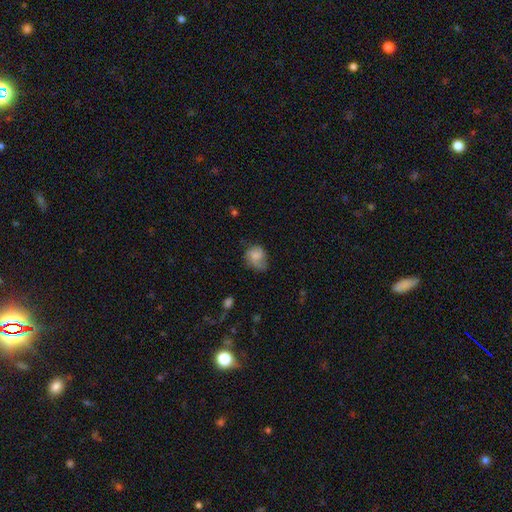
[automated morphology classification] smooth_or_featured: smooth (p=0.64) [alt: featured or disk p=0.27]
how_rounded: round (p=0.55) [alt: in between p=0.44]
merging: none (p=0.44) [alt: minor disturbance p=0.33]